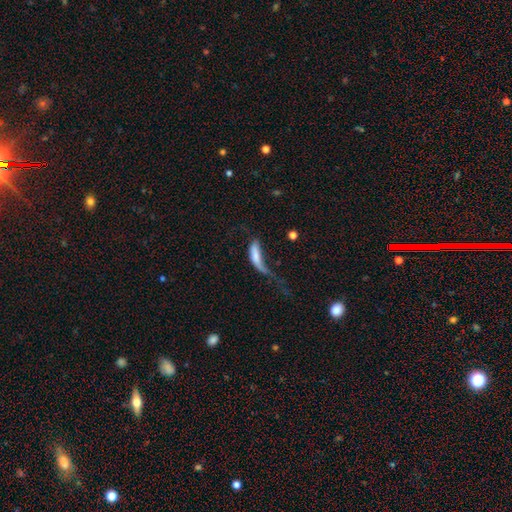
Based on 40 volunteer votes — Smooth or featured: smooth — 65% (featured or disk — 32%)
How rounded: cigar-shaped — 65% (in between — 31%)
Merging: major disturbance — 64% (none — 21%)